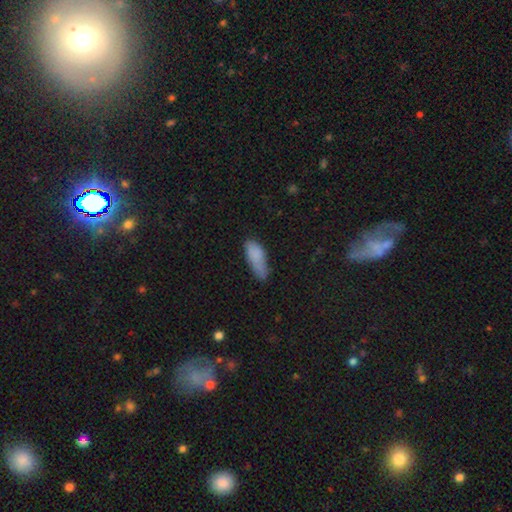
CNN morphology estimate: Smooth or featured? smooth (83%)
How rounded? in between (68%)
Merging? none (43%)